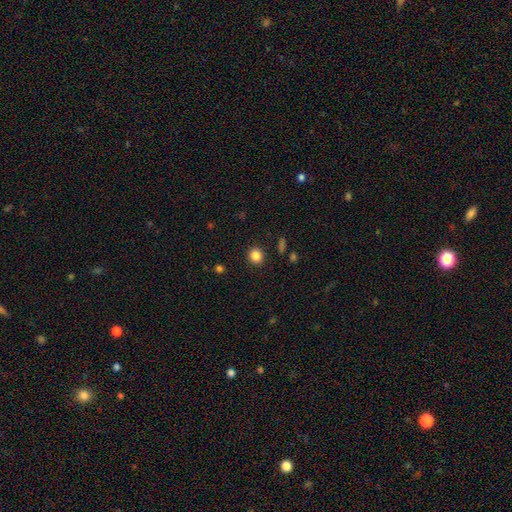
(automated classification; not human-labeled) A smooth galaxy with no disk features (84%) that is round (84%).

Vote fractions:
- Smooth or featured? smooth: 84% / star or artifact: 11% / featured or disk: 4%
- How rounded? round: 84% / in between: 15% / cigar-shaped: 1%
- Merging? none: 91% / minor disturbance: 6% / major disturbance: 2% / merger: 1%